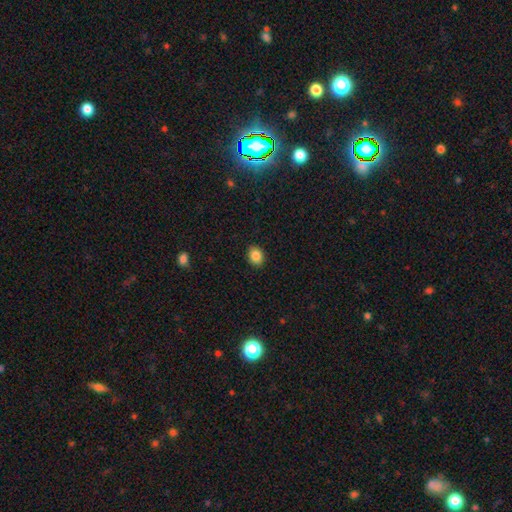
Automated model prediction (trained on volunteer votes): This is clearly a smooth galaxy (86%). How rounded: possibly in between (50%). Merging: clearly none (90%).